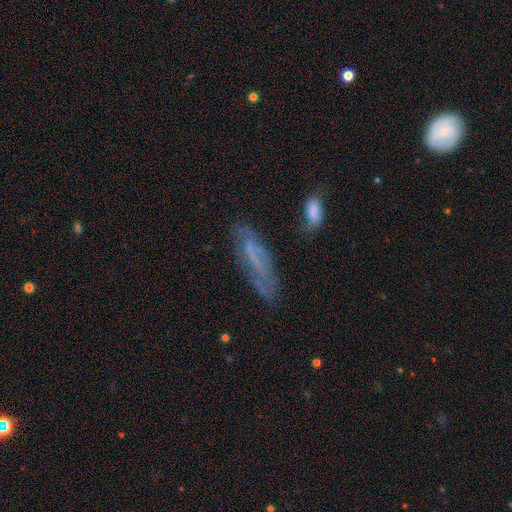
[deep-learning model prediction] Morphology: type=featured or disk (53%); edge-on=no (72%); merging=none (67%).